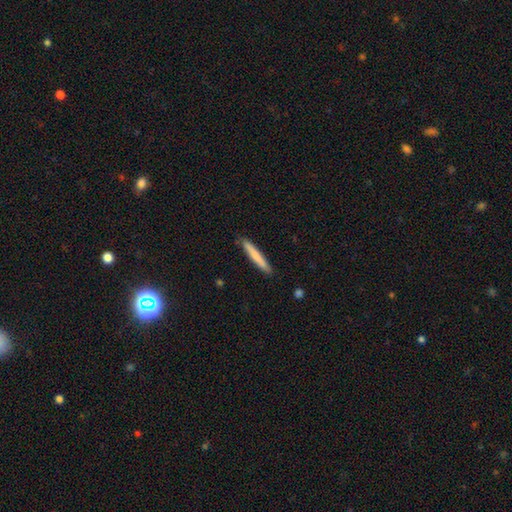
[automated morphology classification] The model was most divided on "smooth or featured": smooth: 74%, featured or disk: 20%, star or artifact: 5%. More confident: how rounded — cigar-shaped (95%); merging — none (89%).